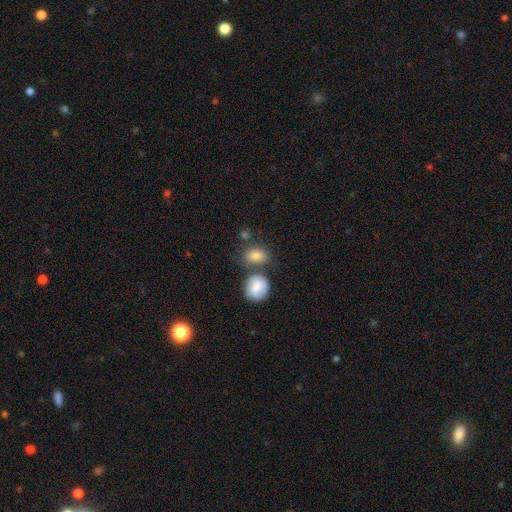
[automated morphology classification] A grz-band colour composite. It shows a smooth galaxy with no disk features (82%) that is in between round and cigar-shaped (61%). Merging: none (57%).